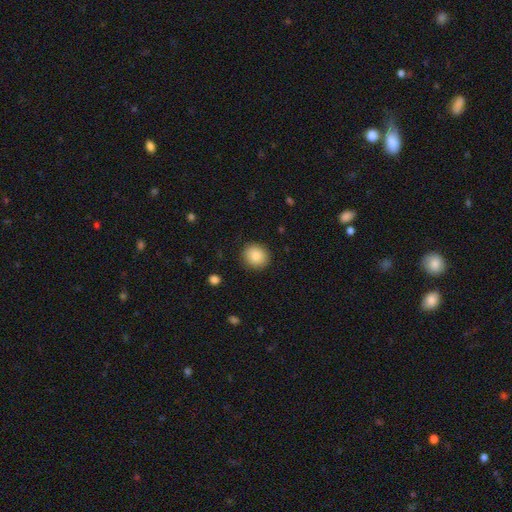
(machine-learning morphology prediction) smooth-or-featured: smooth: 87% | star or artifact: 8% | featured or disk: 5%
  how-rounded: round: 82% | in between: 17% | cigar-shaped: 1%
  merging: none: 90% | minor disturbance: 7% | major disturbance: 2% | merger: 1%